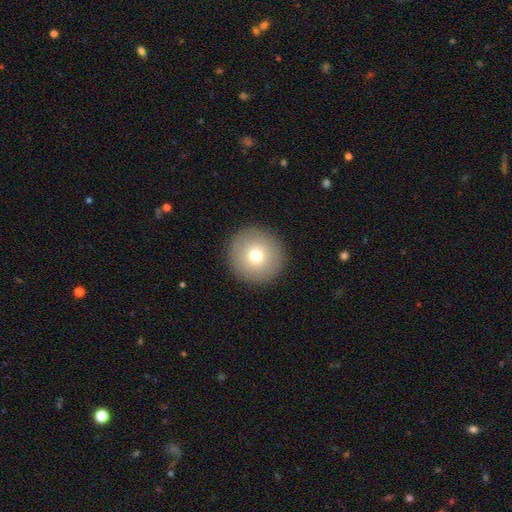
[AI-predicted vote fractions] Overall: smooth (74%). How rounded: round (95%). Merging: none (92%).